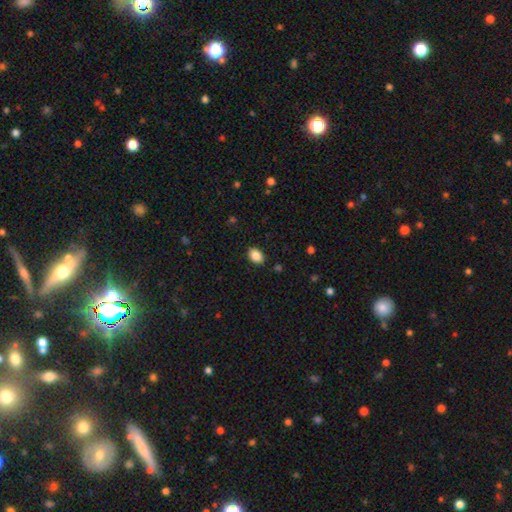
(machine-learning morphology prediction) The model was most divided on "how rounded": in between: 83%, round: 16%, cigar-shaped: 1%. More confident: merging — none (87%); smooth or featured — smooth (87%).